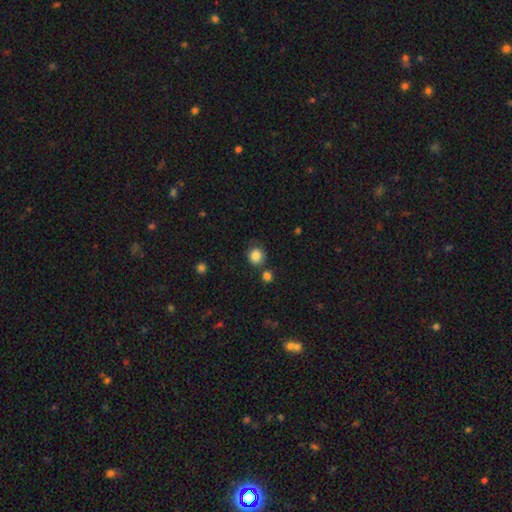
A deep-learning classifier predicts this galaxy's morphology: A smooth galaxy with no disk features (84%) that is round (89%). Merging: none (76%).